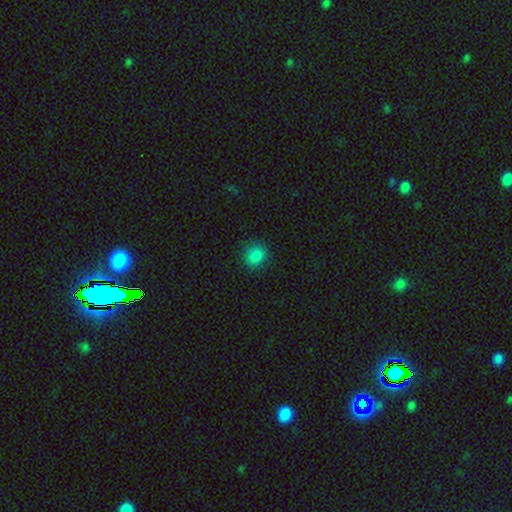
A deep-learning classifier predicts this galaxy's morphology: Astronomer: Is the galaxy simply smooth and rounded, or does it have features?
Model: smooth — 85%.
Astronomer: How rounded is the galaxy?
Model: round — 78%.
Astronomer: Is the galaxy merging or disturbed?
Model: none — 87%.